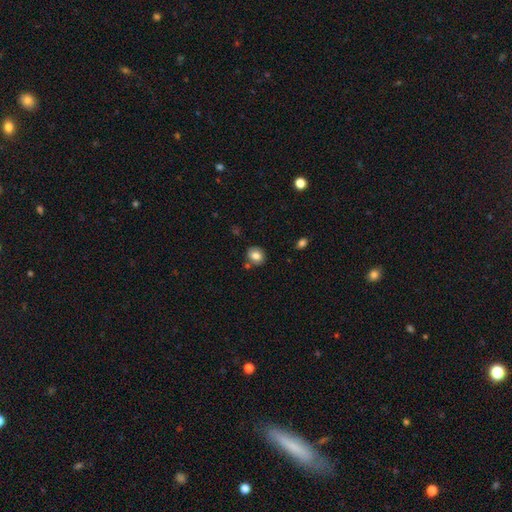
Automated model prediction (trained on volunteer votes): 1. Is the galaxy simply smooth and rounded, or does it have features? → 81% smooth, 10% featured or disk, 9% star or artifact.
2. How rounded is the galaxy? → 71% round, 29% in between, 1% cigar-shaped.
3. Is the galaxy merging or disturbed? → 78% none, 12% minor disturbance, 8% merger, 3% major disturbance.